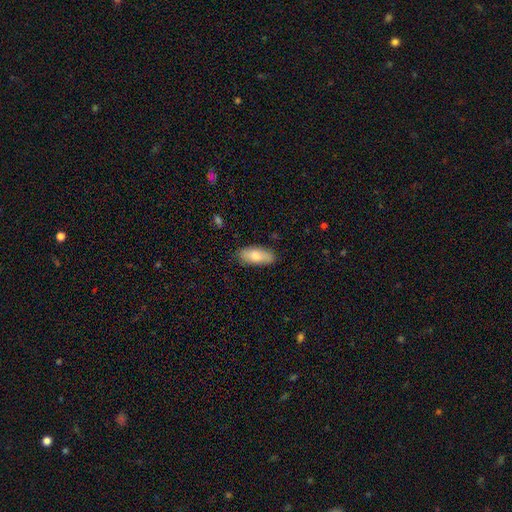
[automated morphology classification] Q: Smooth or featured?
A: smooth (75%); runner-up: featured or disk (18%)
Q: How rounded?
A: in between (85%); runner-up: cigar-shaped (13%)
Q: Merging?
A: none (83%); runner-up: minor disturbance (13%)